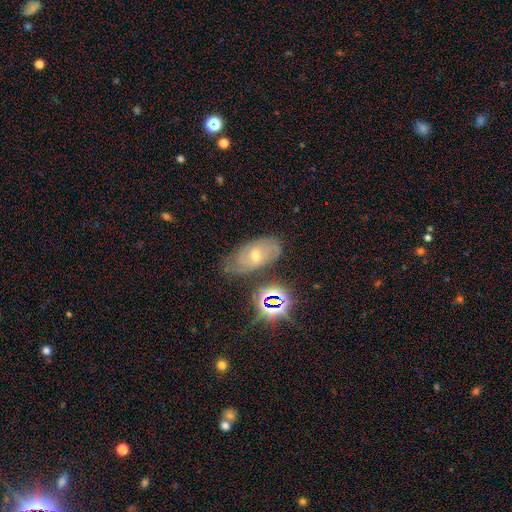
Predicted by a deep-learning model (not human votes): This appears to be a featured or disk galaxy (56%) with no bar (62%), spiral arms (83%) and a moderate central bulge (51%). Merging: none (69%).